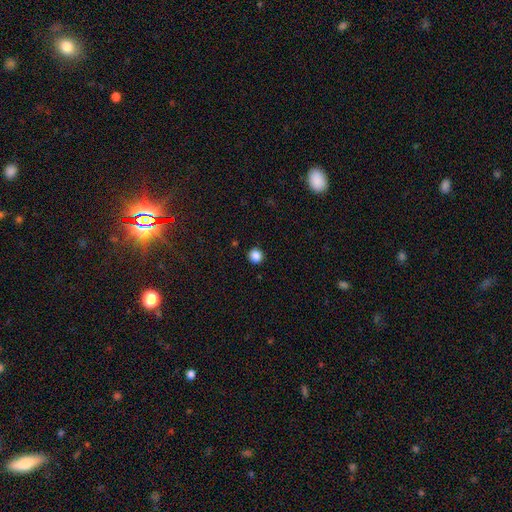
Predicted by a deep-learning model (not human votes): Overall: smooth (86%). How rounded: round (93%). Merging: none (93%).